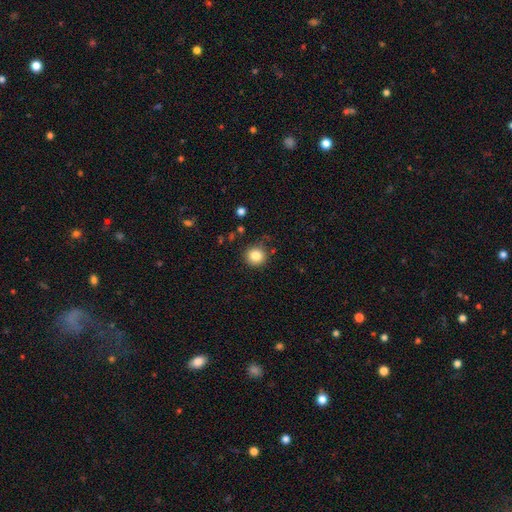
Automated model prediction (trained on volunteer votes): The model was most divided on "smooth or featured": smooth: 83%, star or artifact: 11%, featured or disk: 6%. More confident: how rounded — round (92%); merging — none (85%).